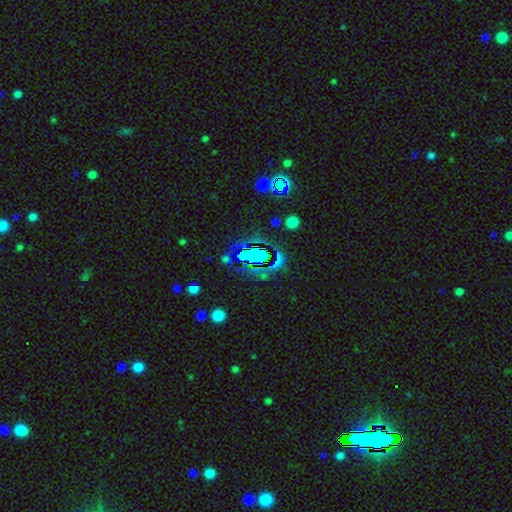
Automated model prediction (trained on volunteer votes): Overall: star or artifact (64%; smooth 24%).